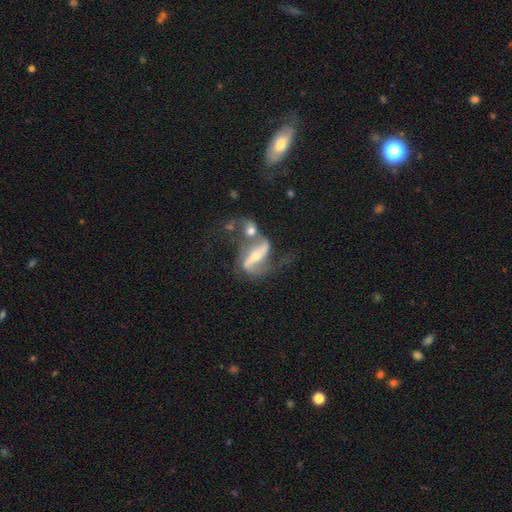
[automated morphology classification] A featured or disk galaxy (84%) with a strong bar (60%), 2 (88%) loose (63%) spiral arms (91%) and a small central bulge (48%).

Vote fractions:
- Smooth or featured? featured or disk: 84% / smooth: 10% / star or artifact: 6%
- Edge-on disk? no: 92% / yes: 8%
- Bar? strong: 60% / weak: 22% / no: 17%
- Spiral arms? yes: 91% / no: 9%
- Spiral winding? loose: 63% / medium: 28% / tight: 9%
- Spiral arm count? 2: 88% / can't tell: 4% / 1: 4% / 3: 1% / 4: 1% / more than 4: 1%
- Bulge size? small: 48% / moderate: 45% / large: 3% / none: 2% / dominant: 1%
- Merging? none: 37% / merger: 31% / major disturbance: 17% / minor disturbance: 15%